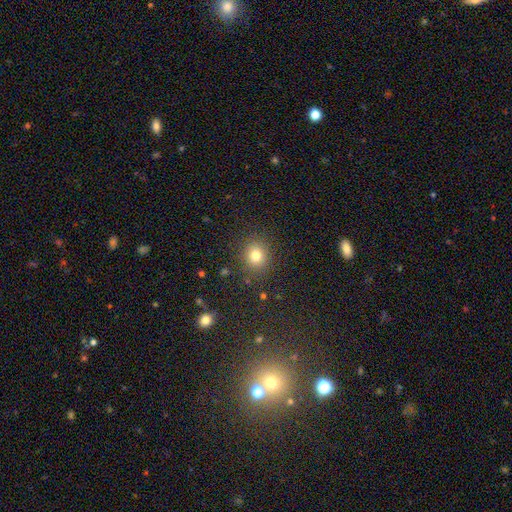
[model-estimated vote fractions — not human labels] smooth-or-featured: smooth: 79% | star or artifact: 14% | featured or disk: 7%
  how-rounded: round: 79% | in between: 20% | cigar-shaped: 1%
  merging: none: 88% | minor disturbance: 8% | major disturbance: 3% | merger: 2%